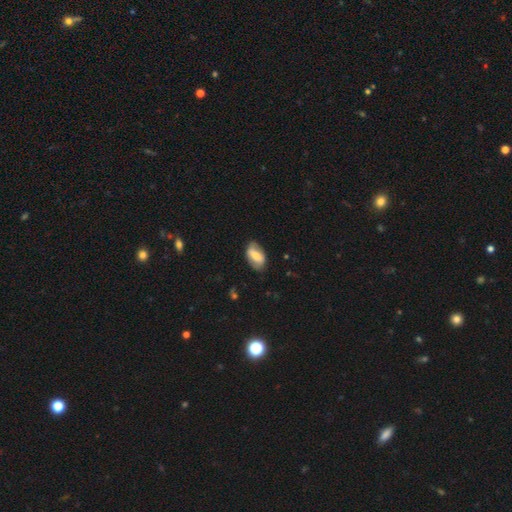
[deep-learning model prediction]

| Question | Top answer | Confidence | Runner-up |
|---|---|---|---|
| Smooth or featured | smooth | 60% | featured or disk (33%) |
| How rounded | in between | 92% | round (5%) |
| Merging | none | 72% | minor disturbance (21%) |